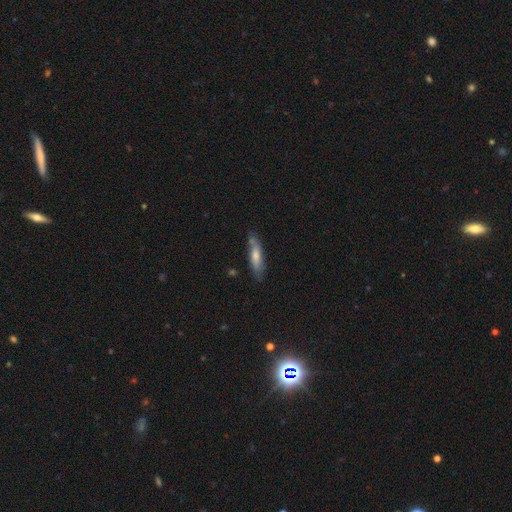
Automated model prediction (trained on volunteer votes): Smooth or featured: smooth — 62% (featured or disk — 32%)
How rounded: cigar-shaped — 72% (in between — 27%)
Merging: none — 70% (minor disturbance — 22%)